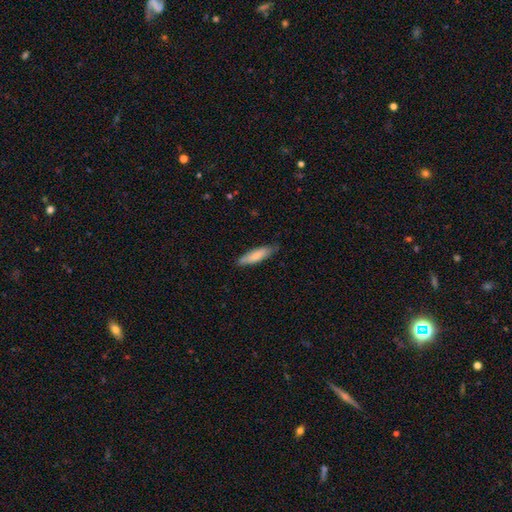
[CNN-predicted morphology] The model was most divided on "how rounded": cigar-shaped: 69%, in between: 30%, round: 1%. More confident: smooth or featured — smooth (80%); merging — none (80%).